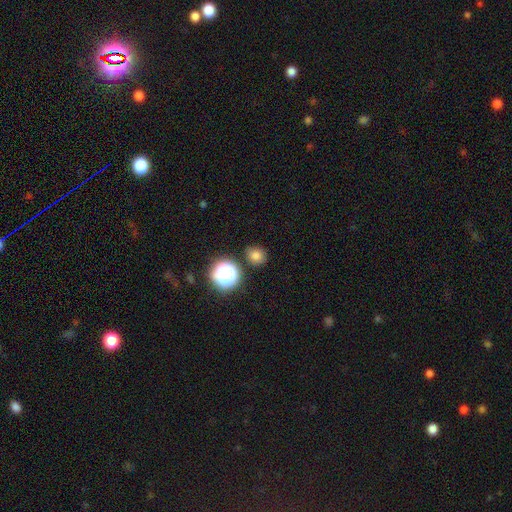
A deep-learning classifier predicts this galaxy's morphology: This is likely a smooth galaxy (76%). How rounded: likely round (79%). Merging: clearly none (85%).